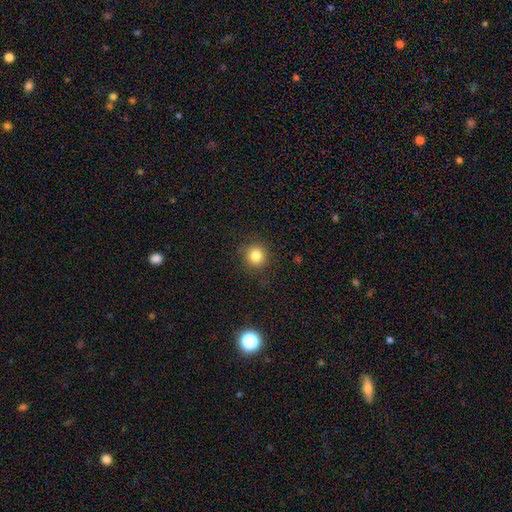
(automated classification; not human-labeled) Smooth or featured? Predicted: smooth (p=0.81). How rounded? Predicted: round (p=0.92). Merging? Predicted: none (p=0.88).